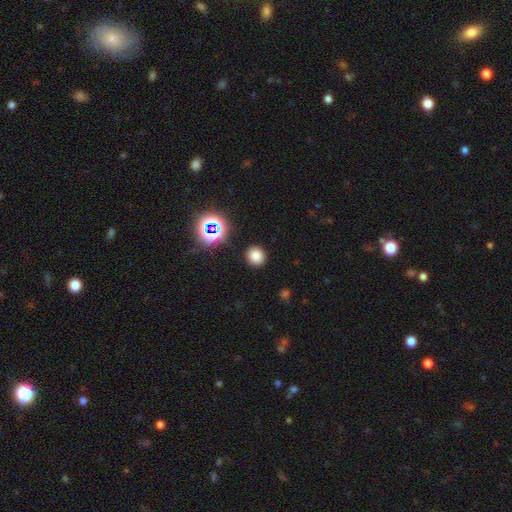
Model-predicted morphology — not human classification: type=smooth (76%); roundness=round (88%); merging=none (90%).